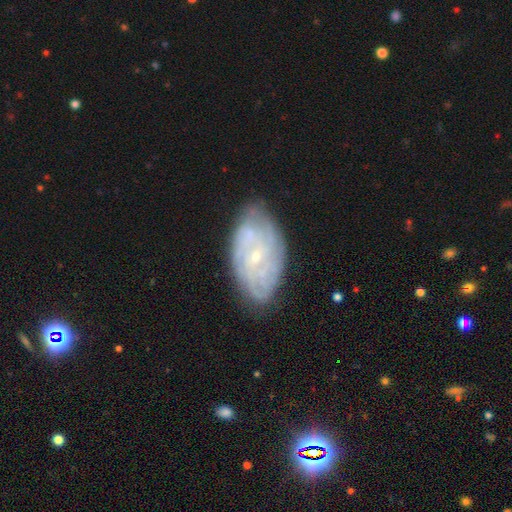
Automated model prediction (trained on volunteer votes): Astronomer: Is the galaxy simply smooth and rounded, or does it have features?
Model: featured or disk — 72%.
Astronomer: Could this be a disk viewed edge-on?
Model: no — 95%.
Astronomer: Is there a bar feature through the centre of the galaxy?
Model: no — 65%.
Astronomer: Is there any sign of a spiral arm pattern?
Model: yes — 87%.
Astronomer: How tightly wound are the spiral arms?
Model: tight — 70%.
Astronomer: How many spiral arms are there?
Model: can't tell — 50%.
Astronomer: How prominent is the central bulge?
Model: small — 80%.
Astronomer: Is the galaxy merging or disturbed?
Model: none — 75%.